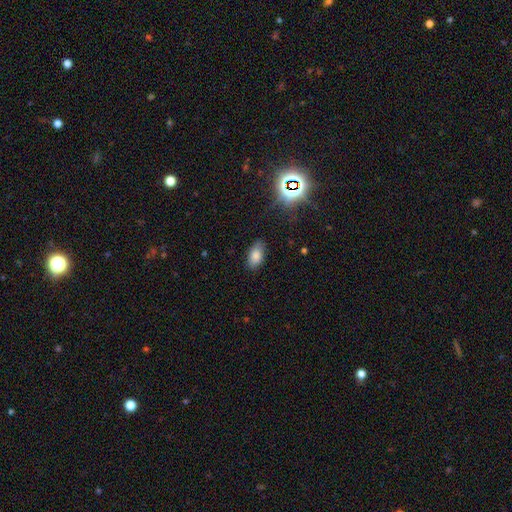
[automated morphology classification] Smooth or featured? smooth (80%)
How rounded? in between (92%)
Merging? none (83%)